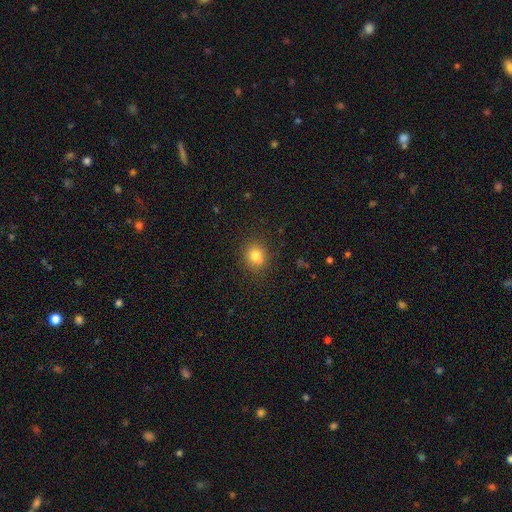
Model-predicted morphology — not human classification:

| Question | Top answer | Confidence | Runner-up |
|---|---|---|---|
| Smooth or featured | smooth | 76% | star or artifact (13%) |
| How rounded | round | 74% | in between (25%) |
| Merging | none | 62% | merger (20%) |